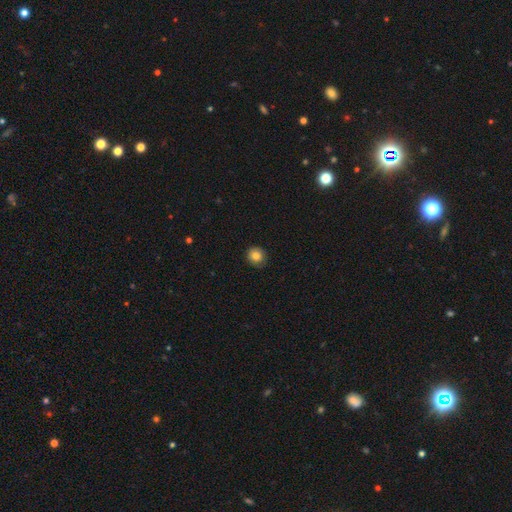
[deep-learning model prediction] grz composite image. It shows a smooth galaxy with no disk features (83%) that is round (91%). Merging: none (87%).